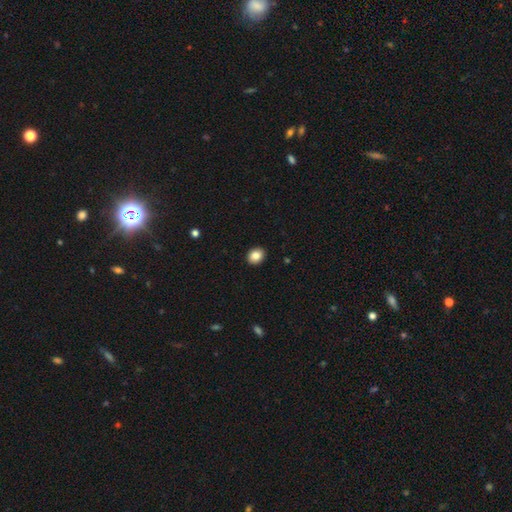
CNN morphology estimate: Smooth or featured?
  - smooth: 86% *
  - star or artifact: 9%
  - featured or disk: 5%
How rounded?
  - round: 55% *
  - in between: 44%
  - cigar-shaped: 1%
Merging?
  - none: 92% *
  - minor disturbance: 6%
  - major disturbance: 2%
  - merger: 1%